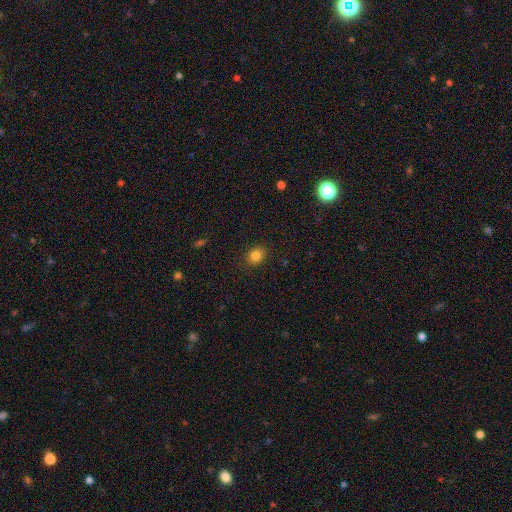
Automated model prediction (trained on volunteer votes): The model was most divided on "how rounded": round: 55%, in between: 44%, cigar-shaped: 1%. More confident: merging — none (88%); smooth or featured — smooth (83%).